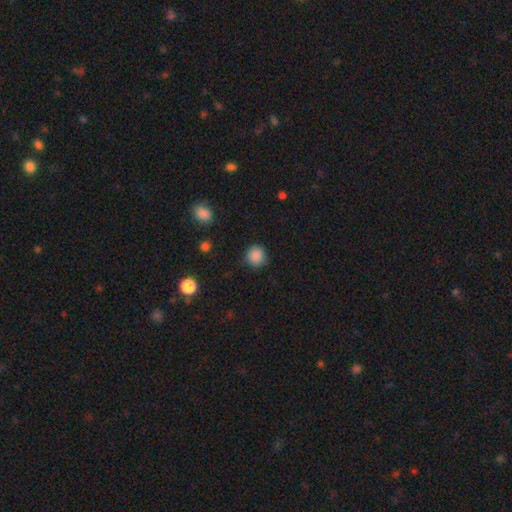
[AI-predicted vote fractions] smooth 87%, star or artifact 10%, featured or disk 3%. Down the decision tree: how rounded — round (92%); merging — none (88%).